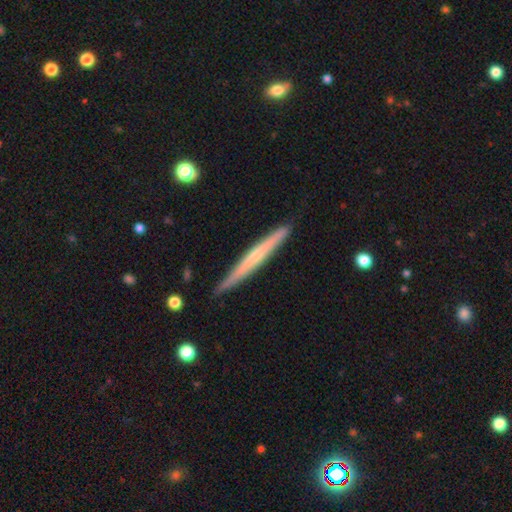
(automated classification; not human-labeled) Morphology: type=featured or disk (54%); edge-on=yes (97%); edge-on bulge=none (67%); merging=none (88%).